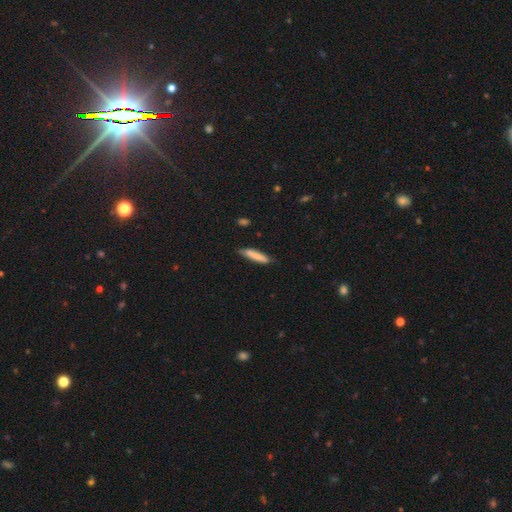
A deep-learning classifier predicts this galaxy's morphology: Smooth or featured? smooth (81%)
How rounded? cigar-shaped (86%)
Merging? none (82%)